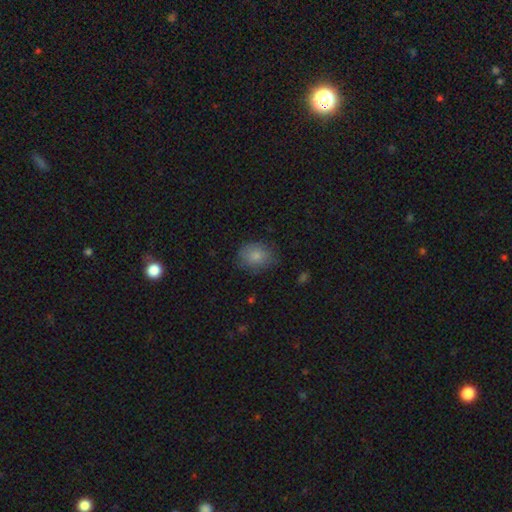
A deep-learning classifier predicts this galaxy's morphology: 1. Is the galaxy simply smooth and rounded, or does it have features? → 82% smooth, 9% featured or disk, 9% star or artifact.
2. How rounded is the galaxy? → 50% round, 49% in between, 1% cigar-shaped.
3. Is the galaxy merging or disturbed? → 75% none, 19% minor disturbance, 5% major disturbance, 1% merger.